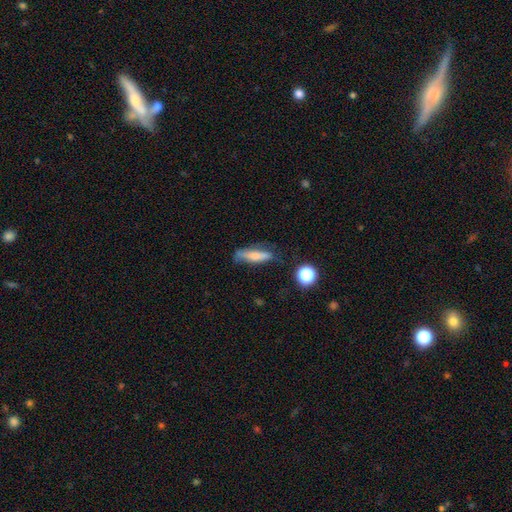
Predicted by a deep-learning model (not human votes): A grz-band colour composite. It shows a smooth galaxy with no disk features (66%) that is cigar-shaped (72%). Merging: none (65%).